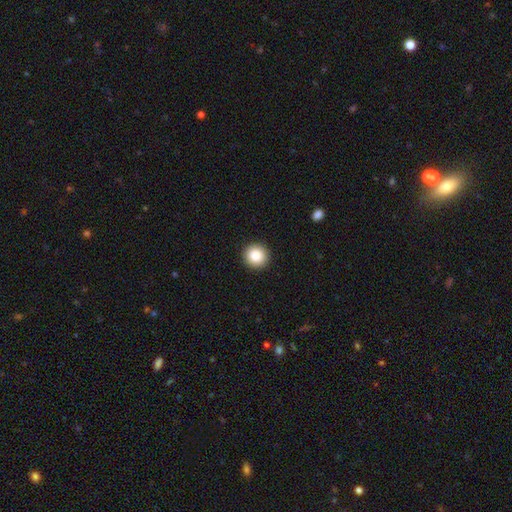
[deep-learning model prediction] A smooth galaxy with no disk features (87%) that is round (95%).

Vote fractions:
- Smooth or featured? smooth: 87% / star or artifact: 9% / featured or disk: 5%
- How rounded? round: 95% / in between: 4% / cigar-shaped: 1%
- Merging? none: 93% / minor disturbance: 5% / major disturbance: 1% / merger: 1%